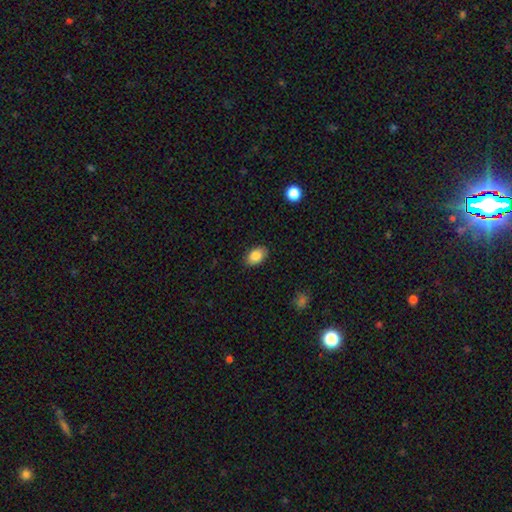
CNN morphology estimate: Q: Smooth or featured?
A: smooth (85%); runner-up: featured or disk (8%)
Q: How rounded?
A: in between (89%); runner-up: round (9%)
Q: Merging?
A: none (87%); runner-up: minor disturbance (10%)